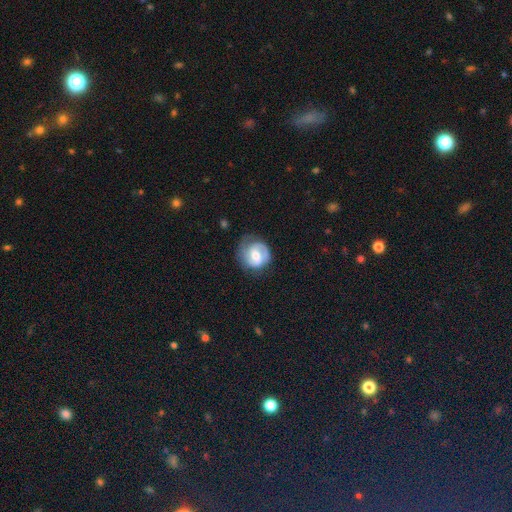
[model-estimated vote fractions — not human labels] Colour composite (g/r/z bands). It shows a featured or disk galaxy (67%) with a weak bar (47%), 2 (66%) tight (46%) spiral arms (86%) and a moderate central bulge (68%). Merging: none (66%).